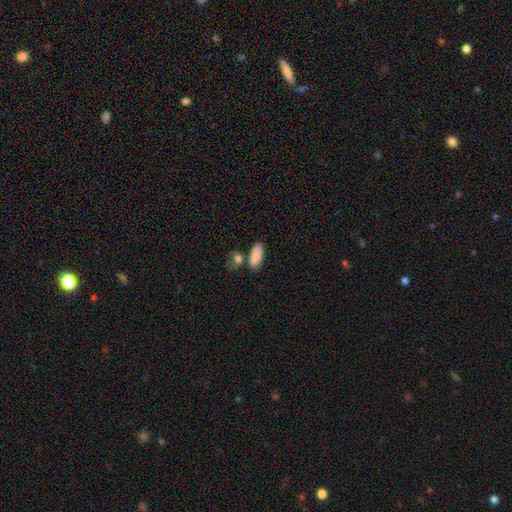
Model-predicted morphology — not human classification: Smooth or featured? Predicted: smooth (p=0.87). How rounded? Predicted: in between (p=0.81). Merging? Predicted: none (p=0.65).